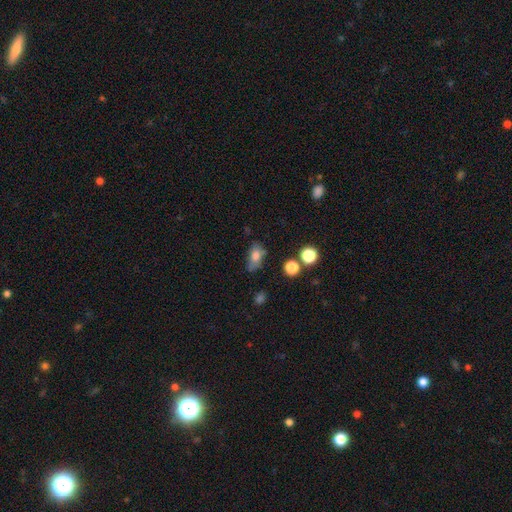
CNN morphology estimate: Smooth or featured: smooth — 74% (featured or disk — 14%)
How rounded: in between — 83% (round — 14%)
Merging: none — 56% (minor disturbance — 28%)